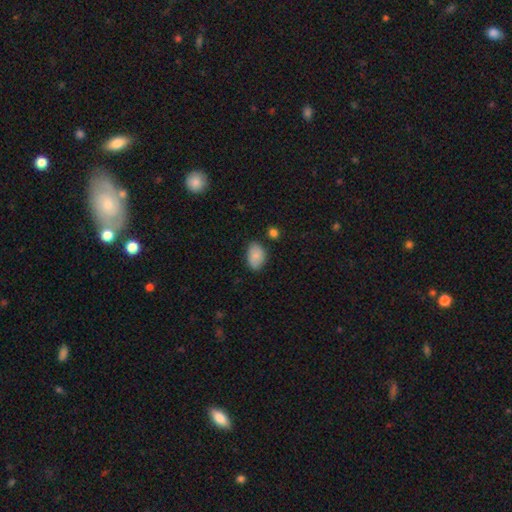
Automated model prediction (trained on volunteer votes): Smooth or featured? Predicted: smooth (p=0.85). How rounded? Predicted: in between (p=0.89). Merging? Predicted: none (p=0.75).